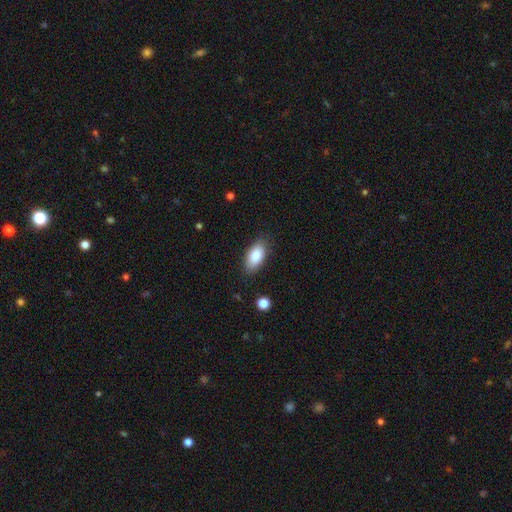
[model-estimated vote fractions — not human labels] Smooth or featured?
  - smooth: 86% *
  - featured or disk: 7%
  - star or artifact: 7%
How rounded?
  - in between: 91% *
  - cigar-shaped: 6%
  - round: 3%
Merging?
  - none: 84% *
  - minor disturbance: 12%
  - major disturbance: 3%
  - merger: 1%